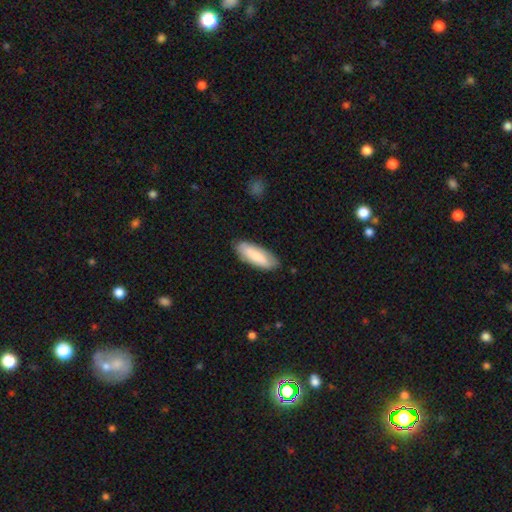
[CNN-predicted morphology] smooth-or-featured: smooth: 76% | featured or disk: 18% | star or artifact: 5%
  how-rounded: in between: 71% | cigar-shaped: 28% | round: 2%
  merging: none: 82% | minor disturbance: 14% | major disturbance: 3% | merger: 1%